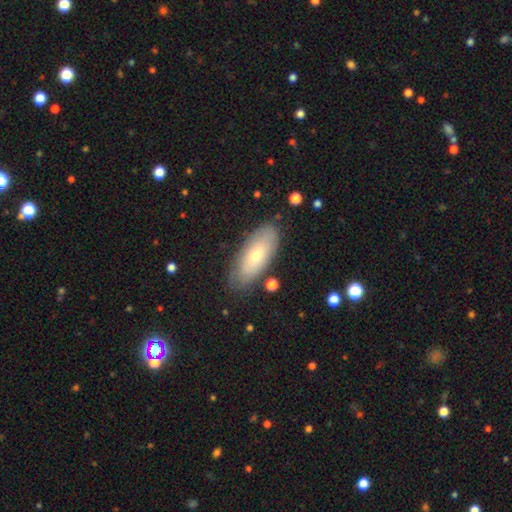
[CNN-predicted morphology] smooth_or_featured: smooth (p=0.60) [alt: featured or disk p=0.34]
how_rounded: in between (p=0.84) [alt: cigar-shaped p=0.13]
merging: none (p=0.80) [alt: minor disturbance p=0.15]